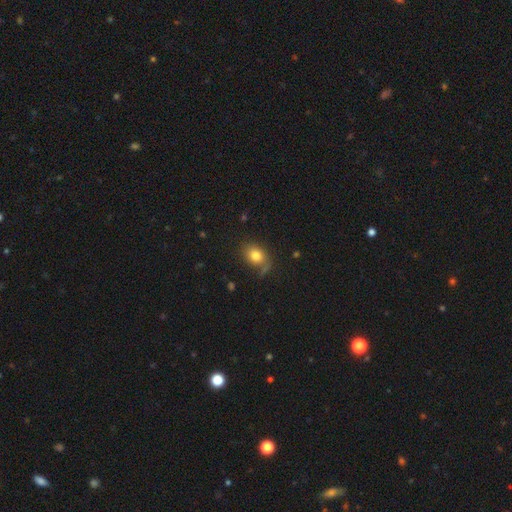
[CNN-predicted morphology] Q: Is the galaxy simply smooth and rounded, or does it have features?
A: smooth — 79%.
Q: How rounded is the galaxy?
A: in between — 61%.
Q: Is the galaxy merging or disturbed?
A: none — 66%.